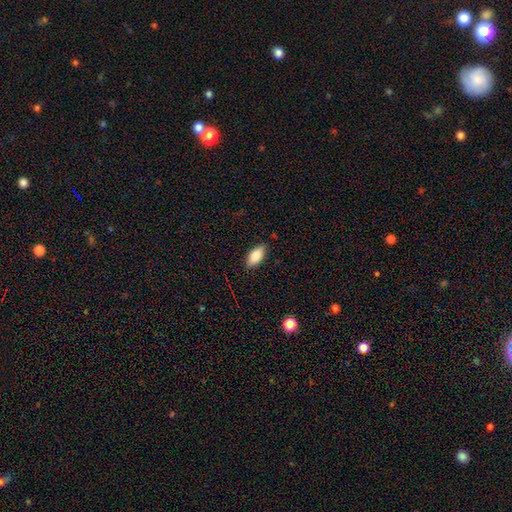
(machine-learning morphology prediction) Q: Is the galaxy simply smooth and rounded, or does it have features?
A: smooth — 83%.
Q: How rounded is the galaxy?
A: in between — 88%.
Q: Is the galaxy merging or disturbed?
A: none — 86%.